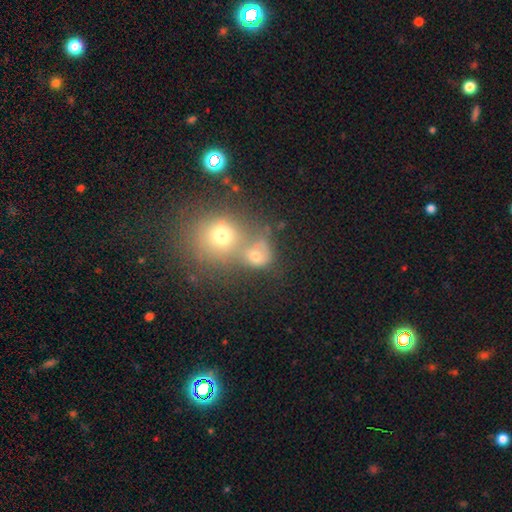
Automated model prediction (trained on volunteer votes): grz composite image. It shows a smooth galaxy with no disk features (62%) that is round (73%). Merging: merger (49%).